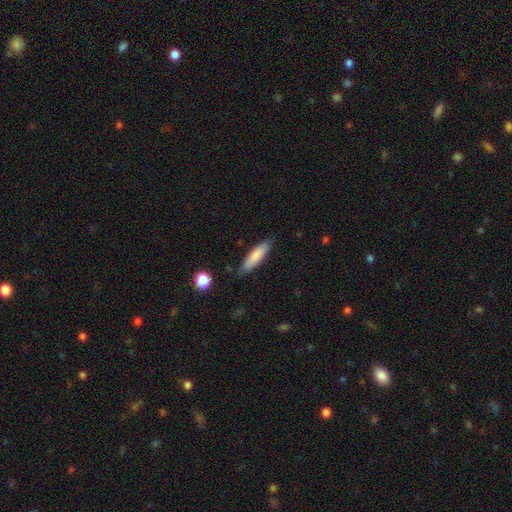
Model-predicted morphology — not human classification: Smooth or featured? Predicted: smooth (p=0.81). How rounded? Predicted: cigar-shaped (p=0.69). Merging? Predicted: none (p=0.82).